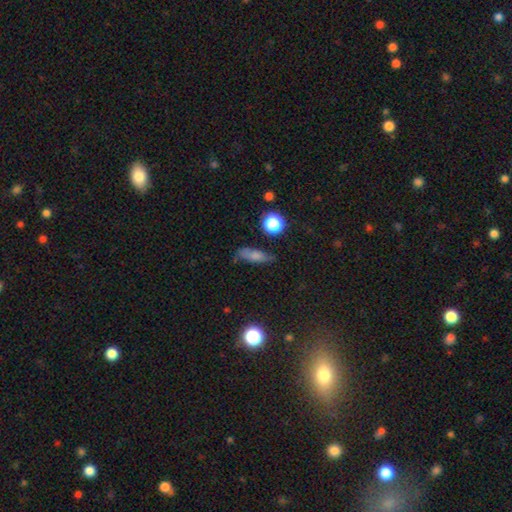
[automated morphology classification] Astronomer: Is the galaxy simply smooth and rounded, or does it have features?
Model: smooth — 69%.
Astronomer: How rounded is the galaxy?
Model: in between — 49% (runner-up: cigar-shaped, 42%).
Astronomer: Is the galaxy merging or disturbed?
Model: none — 69%.